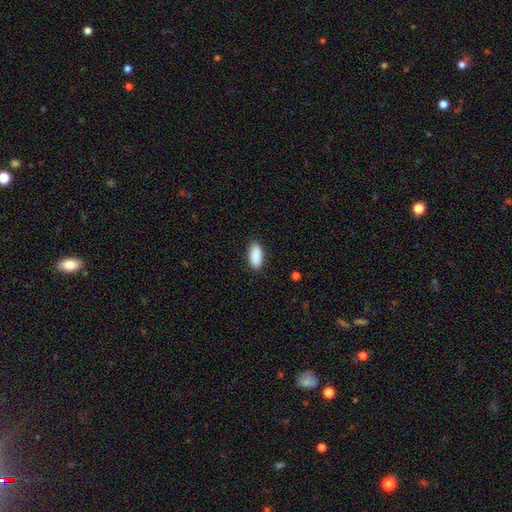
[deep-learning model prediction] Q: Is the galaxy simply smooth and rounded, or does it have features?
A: smooth — 91%.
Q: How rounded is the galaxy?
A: in between — 91%.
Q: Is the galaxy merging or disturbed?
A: none — 87%.